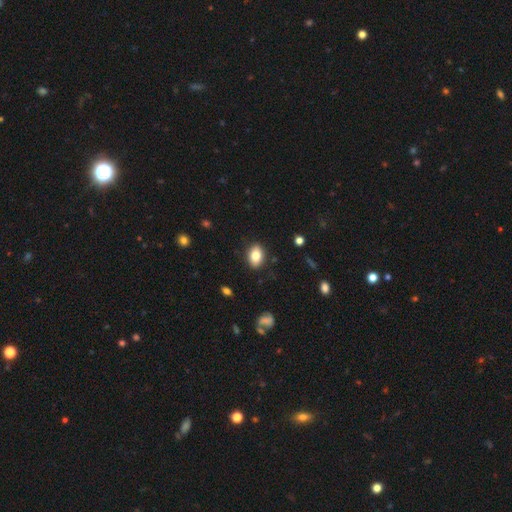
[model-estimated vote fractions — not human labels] smooth 82%, featured or disk 10%, star or artifact 8%. Down the decision tree: how rounded — in between (82%); merging — none (88%).